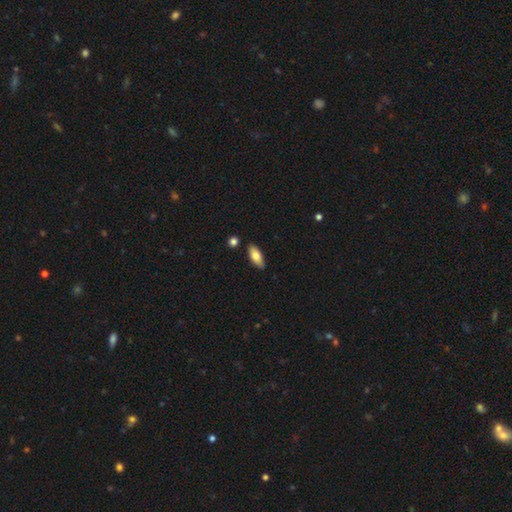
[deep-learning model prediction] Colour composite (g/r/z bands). It shows a smooth galaxy with no disk features (75%) that is in between round and cigar-shaped (81%). Merging: none (84%).